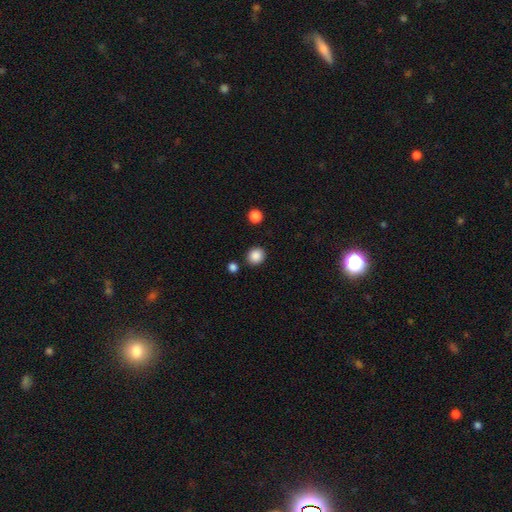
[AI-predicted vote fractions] smooth 87%, star or artifact 9%, featured or disk 3%. Down the decision tree: how rounded — round (80%); merging — none (86%).